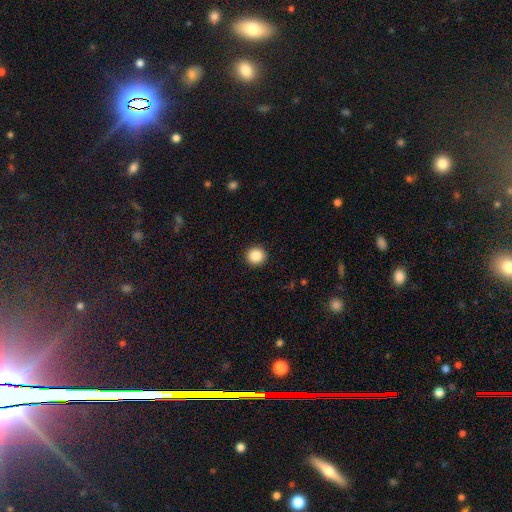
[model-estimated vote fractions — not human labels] A smooth galaxy with no disk features (87%) that is round (94%).

Vote fractions:
- Smooth or featured? smooth: 87% / star or artifact: 10% / featured or disk: 4%
- How rounded? round: 94% / in between: 5% / cigar-shaped: 1%
- Merging? none: 93% / minor disturbance: 5% / major disturbance: 2% / merger: 1%